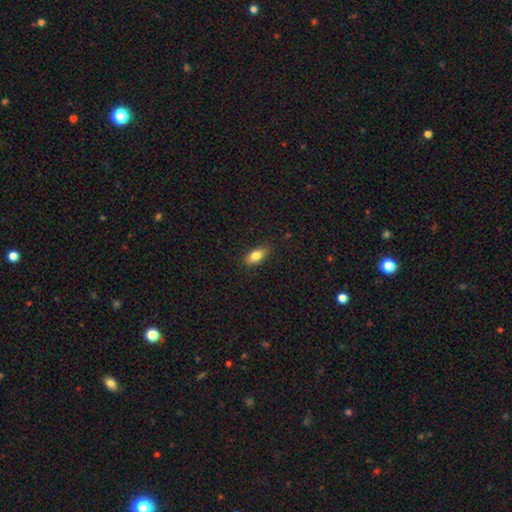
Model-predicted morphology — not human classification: Smooth or featured? smooth (80%)
How rounded? in between (84%)
Merging? none (87%)